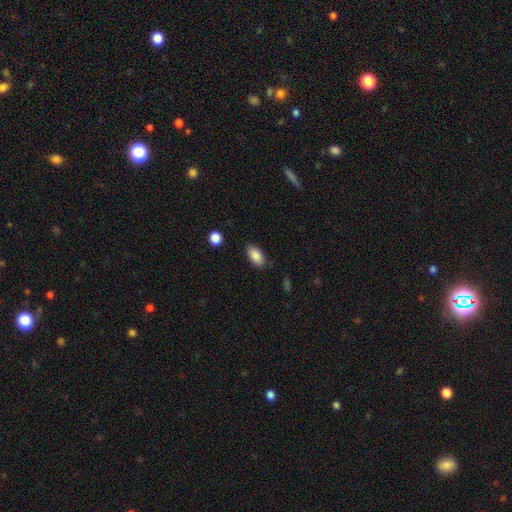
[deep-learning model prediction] Smooth or featured? Predicted: smooth (p=0.87). How rounded? Predicted: in between (p=0.92). Merging? Predicted: none (p=0.81).